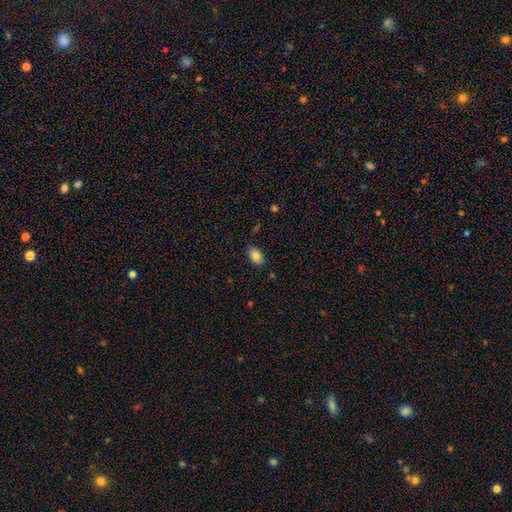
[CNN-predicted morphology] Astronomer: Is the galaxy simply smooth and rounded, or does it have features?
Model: smooth — 82%.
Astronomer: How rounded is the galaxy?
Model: in between — 89%.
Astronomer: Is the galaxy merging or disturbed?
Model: none — 83%.